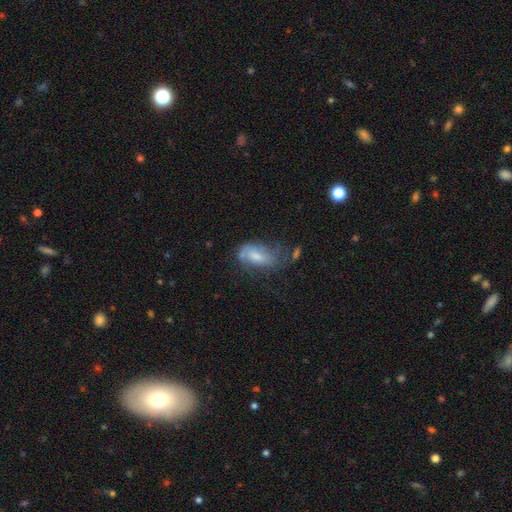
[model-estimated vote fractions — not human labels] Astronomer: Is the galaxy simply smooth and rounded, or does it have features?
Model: smooth — 52% (runner-up: featured or disk, 38%).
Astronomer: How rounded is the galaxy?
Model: in between — 86%.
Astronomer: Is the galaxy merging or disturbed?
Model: none — 36% (runner-up: minor disturbance, 29%).